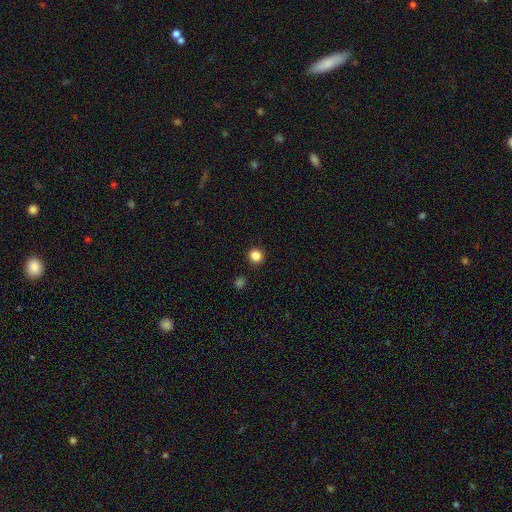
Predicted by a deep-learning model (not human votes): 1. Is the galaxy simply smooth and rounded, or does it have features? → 85% smooth, 12% star or artifact, 3% featured or disk.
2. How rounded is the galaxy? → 93% round, 6% in between, 1% cigar-shaped.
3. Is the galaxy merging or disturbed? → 92% none, 5% minor disturbance, 2% major disturbance, 2% merger.